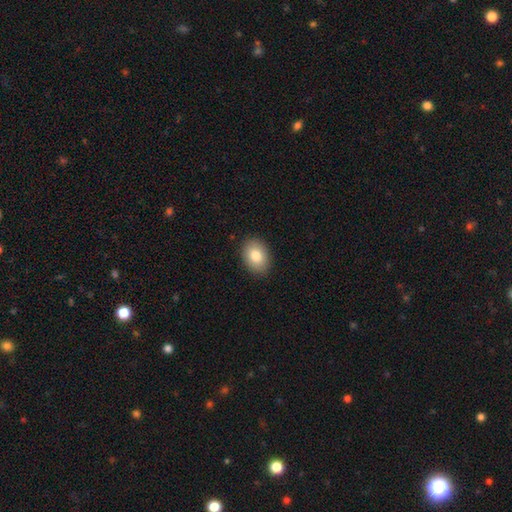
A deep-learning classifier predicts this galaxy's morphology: Smooth or featured: smooth — 82% (featured or disk — 10%)
How rounded: in between — 77% (round — 22%)
Merging: none — 89% (minor disturbance — 8%)